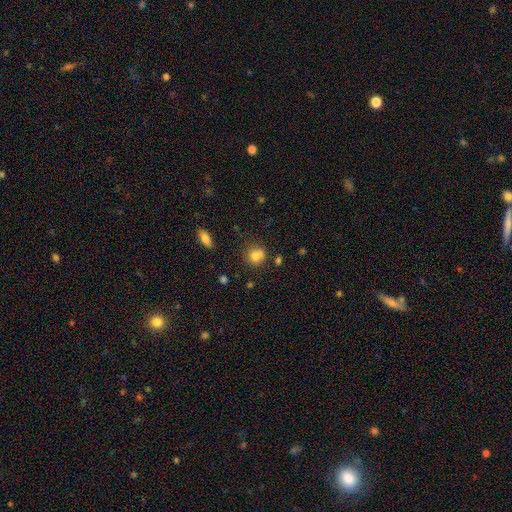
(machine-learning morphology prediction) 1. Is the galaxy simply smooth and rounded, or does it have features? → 76% smooth, 12% star or artifact, 11% featured or disk.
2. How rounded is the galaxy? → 82% round, 17% in between, 1% cigar-shaped.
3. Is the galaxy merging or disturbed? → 58% none, 21% merger, 16% minor disturbance, 5% major disturbance.